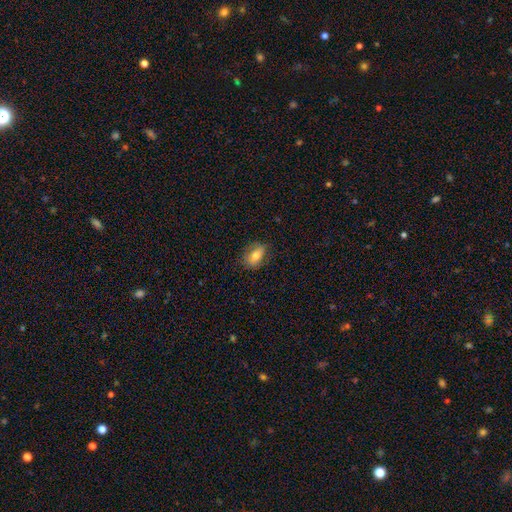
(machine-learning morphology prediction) type=smooth (67%); roundness=in between (81%); merging=none (76%).